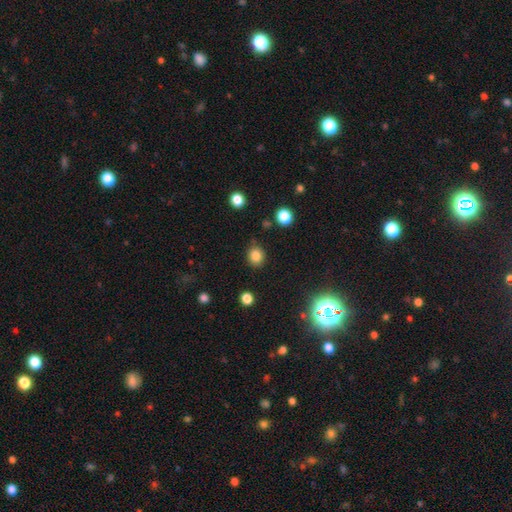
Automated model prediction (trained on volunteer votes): A smooth galaxy with no disk features (83%) that is round (77%).

Vote fractions:
- Smooth or featured? smooth: 83% / star or artifact: 12% / featured or disk: 5%
- How rounded? round: 77% / in between: 22% / cigar-shaped: 1%
- Merging? none: 84% / minor disturbance: 11% / major disturbance: 3% / merger: 3%